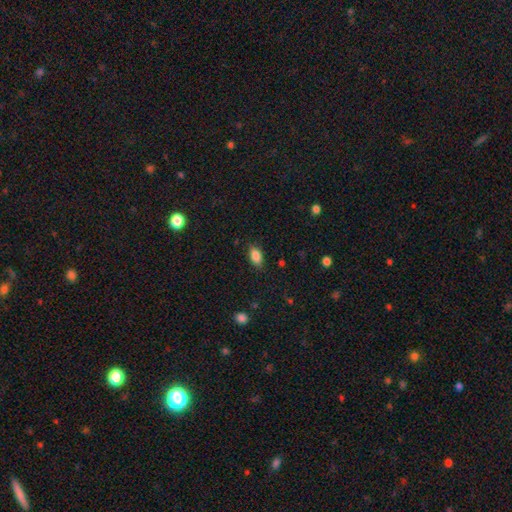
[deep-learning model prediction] A smooth galaxy with no disk features (86%) that is in between round and cigar-shaped (89%). Merging: none (83%).